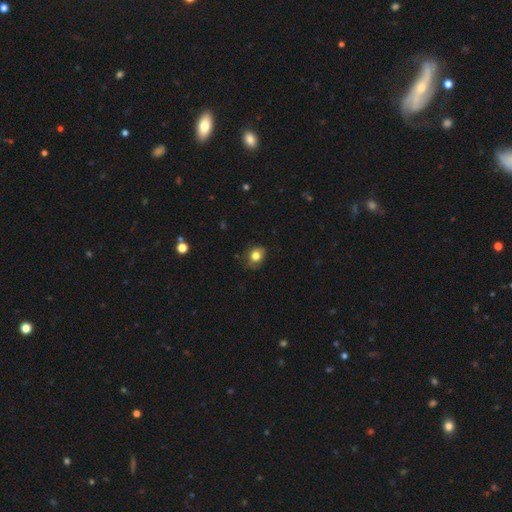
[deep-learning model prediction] Morphology: type=smooth (80%); roundness=round (65%); merging=none (73%).